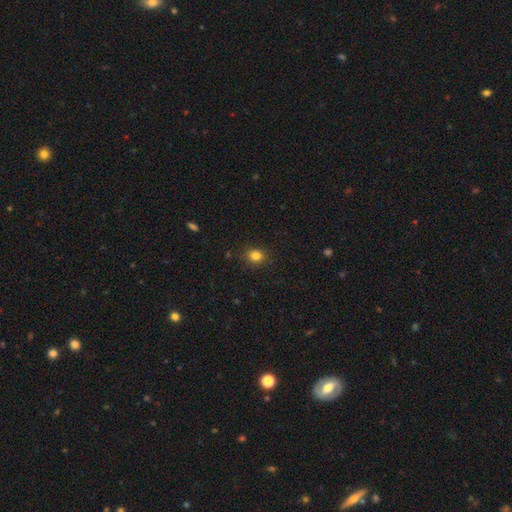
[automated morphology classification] smooth-or-featured: smooth: 83% | star or artifact: 12% | featured or disk: 5%
  how-rounded: round: 68% | in between: 31% | cigar-shaped: 1%
  merging: none: 86% | minor disturbance: 10% | major disturbance: 3% | merger: 1%